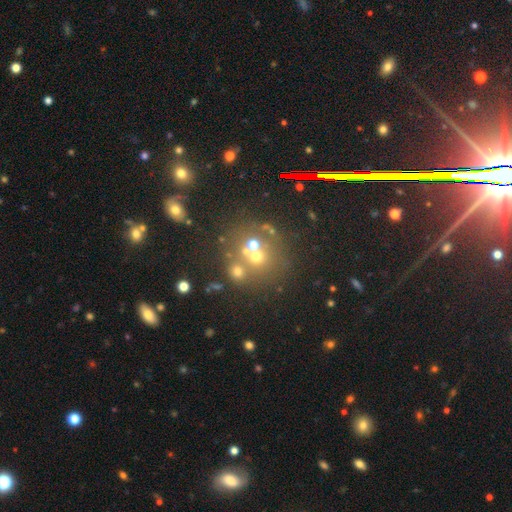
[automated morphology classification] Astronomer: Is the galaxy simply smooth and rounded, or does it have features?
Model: smooth — 49% (runner-up: star or artifact, 31%).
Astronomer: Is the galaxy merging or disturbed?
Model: none — 53% (runner-up: merger, 32%).